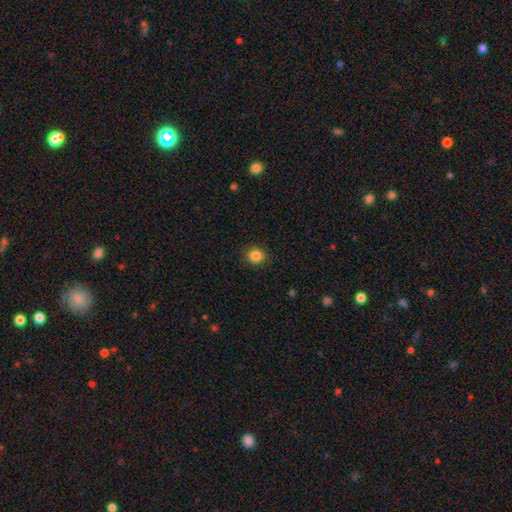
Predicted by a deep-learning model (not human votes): Morphology: type=smooth (85%); roundness=round (86%); merging=none (90%).